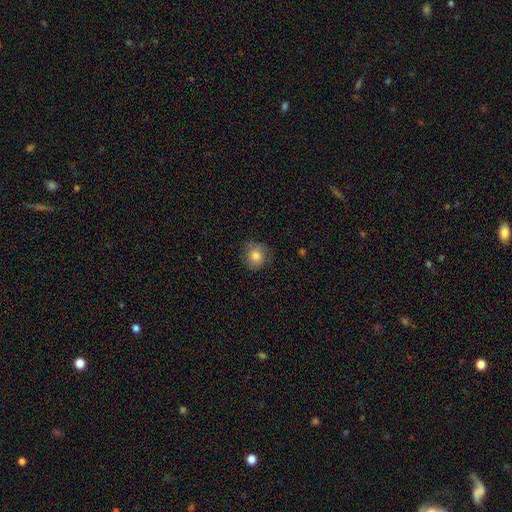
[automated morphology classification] Overall: smooth (82%). How rounded: round (85%). Merging: none (76%).